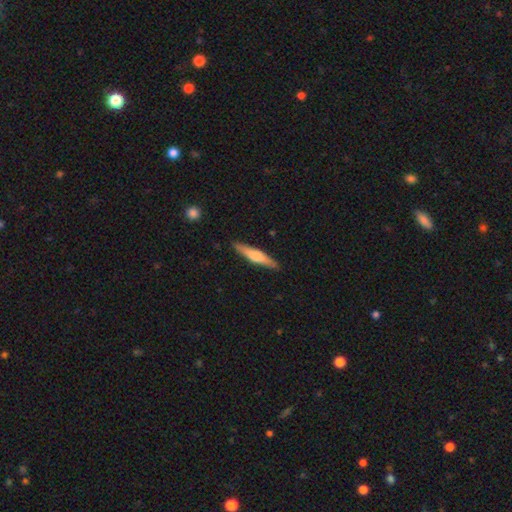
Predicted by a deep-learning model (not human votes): Overall: featured or disk (50%; smooth 45%). Merging: none (90%).